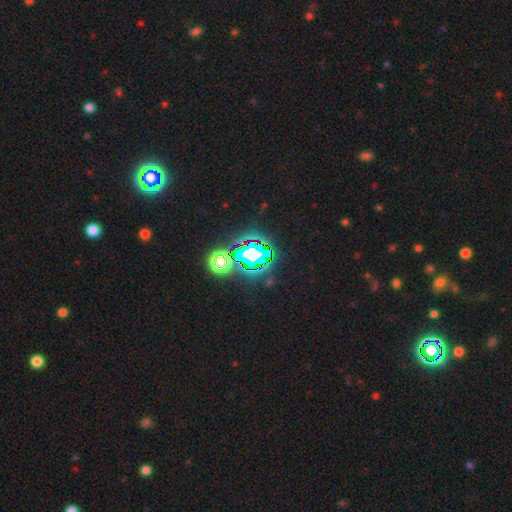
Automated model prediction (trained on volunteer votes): Smooth or featured? star or artifact (75%)